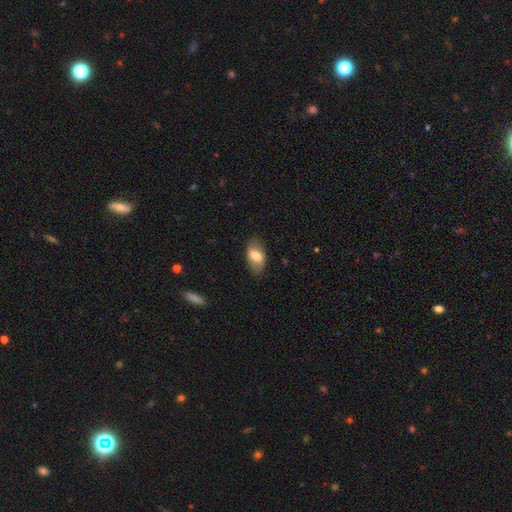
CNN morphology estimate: smooth-or-featured: smooth: 69% | featured or disk: 24% | star or artifact: 7%
  how-rounded: in between: 91% | round: 6% | cigar-shaped: 3%
  merging: none: 81% | minor disturbance: 14% | major disturbance: 4% | merger: 1%